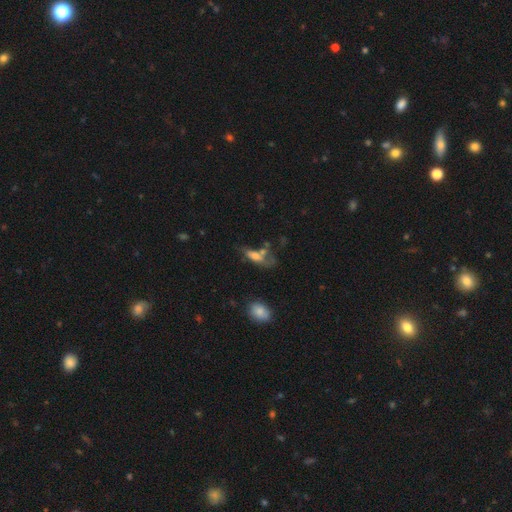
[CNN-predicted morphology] This is possibly a smooth galaxy (57%). How rounded: likely in between (66%). Merging: marginally none (29%).